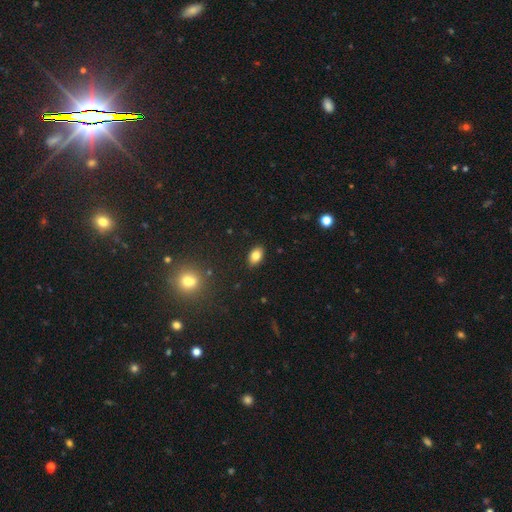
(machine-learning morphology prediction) A smooth galaxy with no disk features (81%) that is in between round and cigar-shaped (87%).

Vote fractions:
- Smooth or featured? smooth: 81% / star or artifact: 10% / featured or disk: 9%
- How rounded? in between: 87% / round: 11% / cigar-shaped: 2%
- Merging? none: 88% / minor disturbance: 9% / major disturbance: 2% / merger: 1%